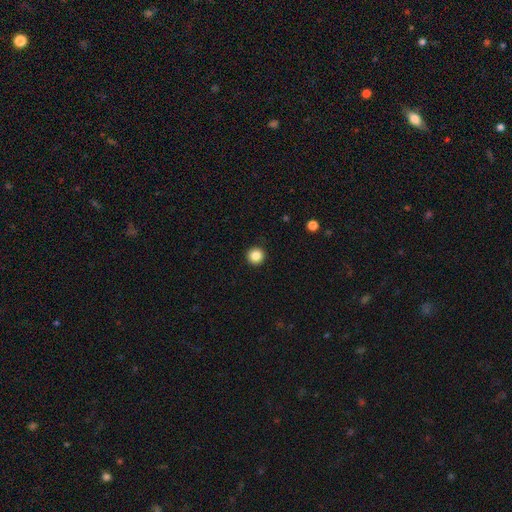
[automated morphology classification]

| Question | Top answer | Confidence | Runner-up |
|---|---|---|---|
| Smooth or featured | smooth | 85% | star or artifact (10%) |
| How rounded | round | 96% | in between (3%) |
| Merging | none | 93% | minor disturbance (5%) |